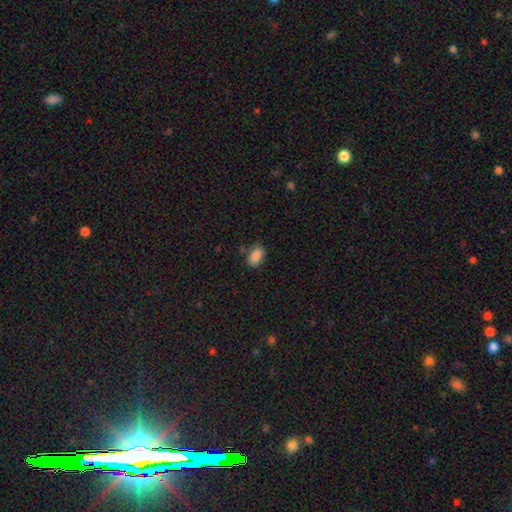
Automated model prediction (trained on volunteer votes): Smooth or featured? Predicted: smooth (p=0.87). How rounded? Predicted: in between (p=0.89). Merging? Predicted: none (p=0.76).